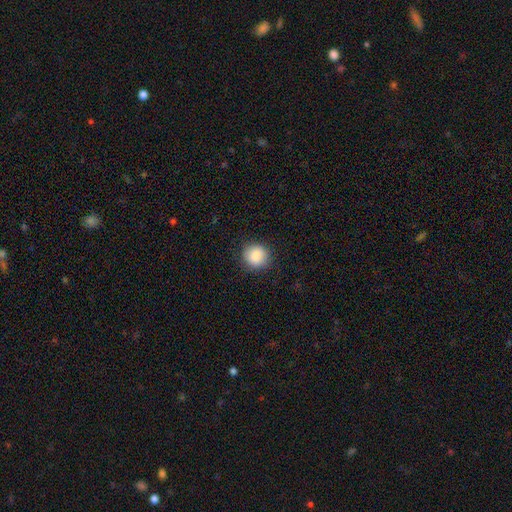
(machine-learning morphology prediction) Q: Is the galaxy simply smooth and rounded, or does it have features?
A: smooth — 88%.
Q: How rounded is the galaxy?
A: round — 89%.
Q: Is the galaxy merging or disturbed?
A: none — 88%.